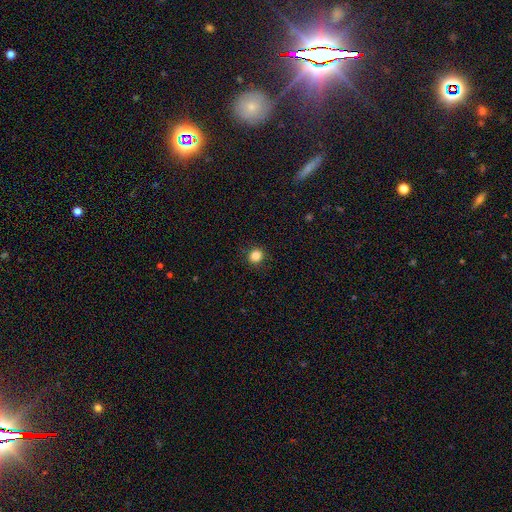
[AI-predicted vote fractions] A smooth galaxy with no disk features (84%) that is round (90%). Merging: none (91%).